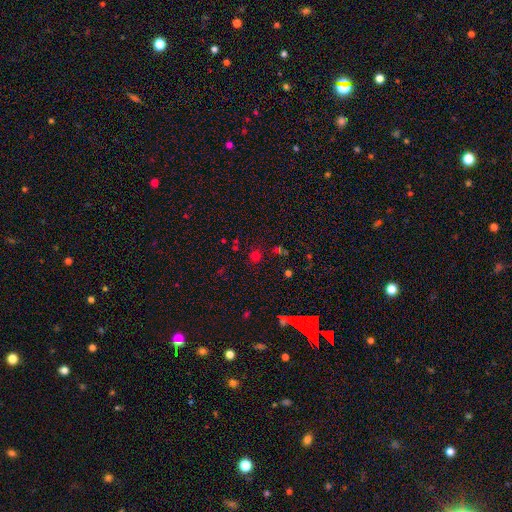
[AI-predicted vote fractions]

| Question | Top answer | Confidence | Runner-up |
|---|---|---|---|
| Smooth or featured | smooth | 62% | star or artifact (31%) |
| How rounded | round | 90% | in between (9%) |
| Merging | none | 81% | minor disturbance (9%) |